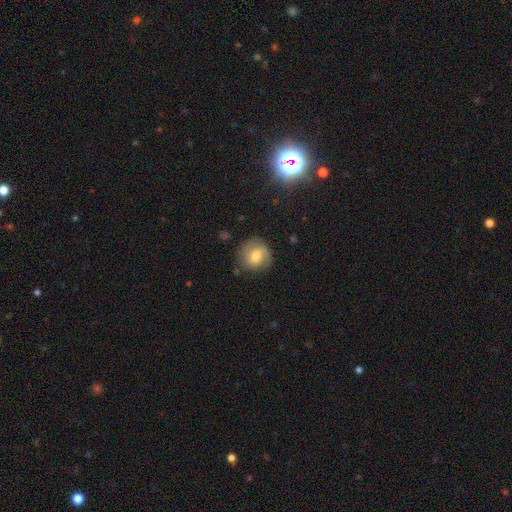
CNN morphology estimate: Overall: smooth (55%; featured or disk 36%). How rounded: round (83%). Merging: none (74%).